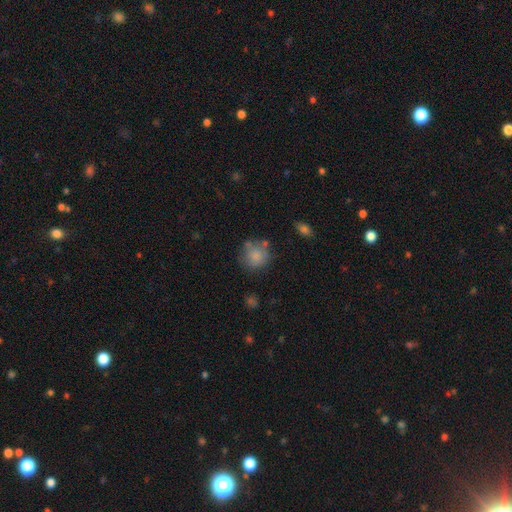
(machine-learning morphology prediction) smooth 79%, featured or disk 11%, star or artifact 9%. Down the decision tree: how rounded — round (88%); merging — none (64%).